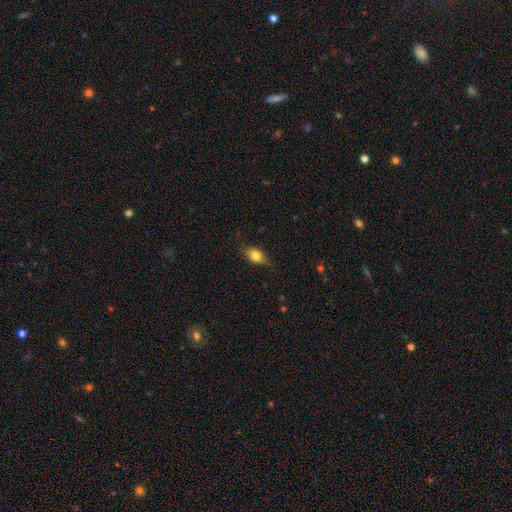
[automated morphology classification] Smooth or featured? Predicted: smooth (p=0.74). How rounded? Predicted: in between (p=0.66). Merging? Predicted: none (p=0.72).